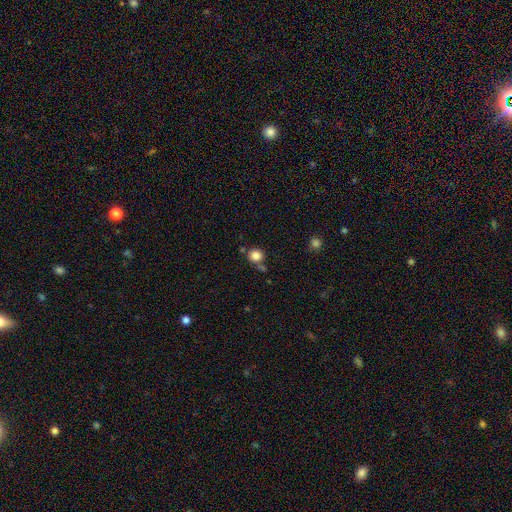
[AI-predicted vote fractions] This appears to be a smooth galaxy with no disk features (83%) that is round (89%). Merging: none (71%).